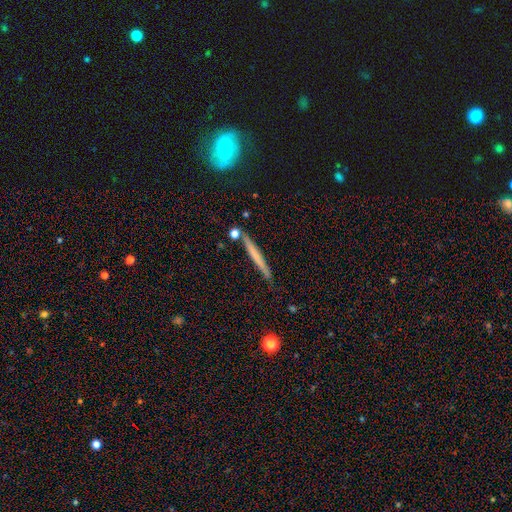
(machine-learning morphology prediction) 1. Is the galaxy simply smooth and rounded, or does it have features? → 52% smooth, 41% featured or disk, 7% star or artifact.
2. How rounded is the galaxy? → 96% cigar-shaped, 2% in between, 2% round.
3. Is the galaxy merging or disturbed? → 82% none, 12% minor disturbance, 5% merger, 2% major disturbance.